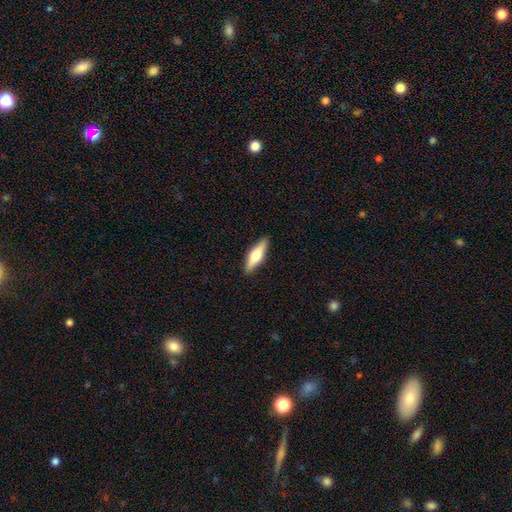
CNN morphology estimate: The model was most divided on "smooth or featured": smooth: 52%, featured or disk: 42%, star or artifact: 6%. More confident: merging — none (89%); how rounded — cigar-shaped (60%).